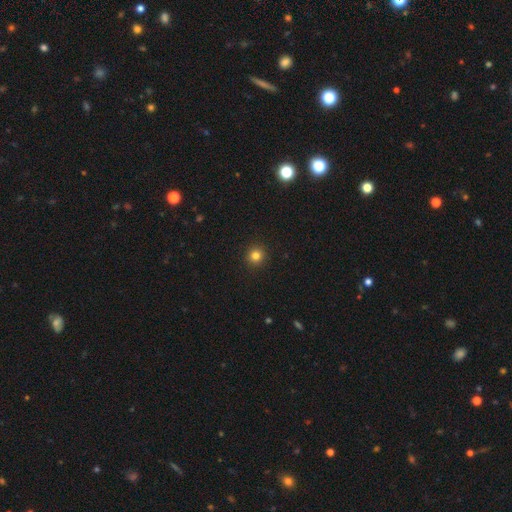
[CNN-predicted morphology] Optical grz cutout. It shows a smooth galaxy with no disk features (82%) that is round (94%). Merging: none (93%).